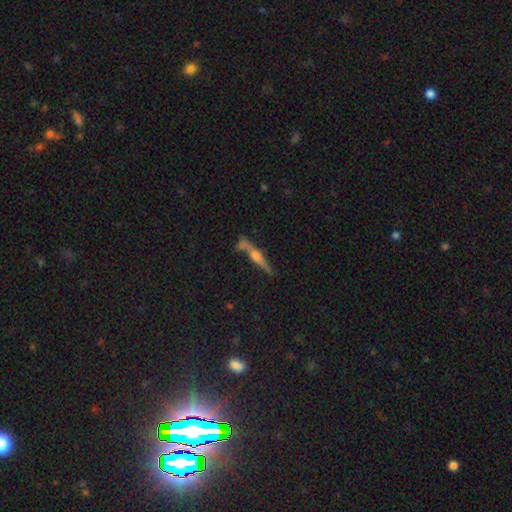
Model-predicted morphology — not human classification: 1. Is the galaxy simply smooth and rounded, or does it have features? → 69% featured or disk, 22% smooth, 9% star or artifact.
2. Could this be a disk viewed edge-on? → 95% yes, 5% no.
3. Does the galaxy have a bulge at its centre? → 82% rounded, 11% boxy, 8% none.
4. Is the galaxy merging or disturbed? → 70% none, 14% minor disturbance, 12% merger, 5% major disturbance.